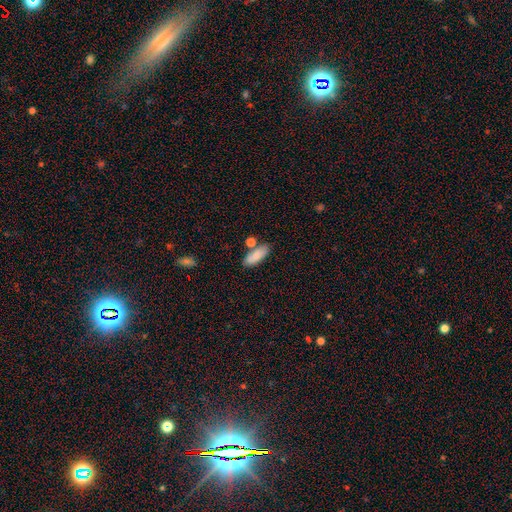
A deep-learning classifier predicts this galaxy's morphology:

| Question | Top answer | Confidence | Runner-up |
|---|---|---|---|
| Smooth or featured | smooth | 84% | featured or disk (10%) |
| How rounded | in between | 74% | cigar-shaped (23%) |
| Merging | none | 70% | minor disturbance (13%) |